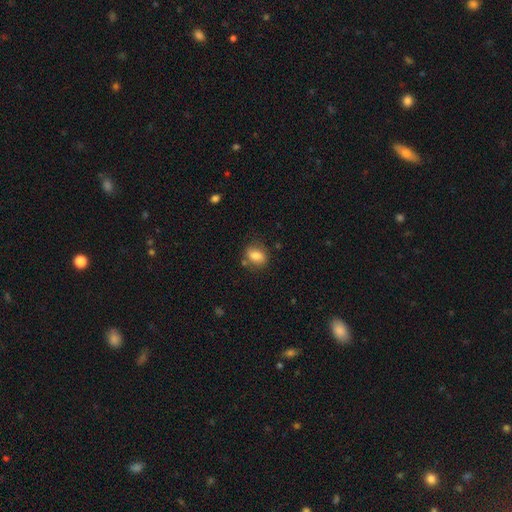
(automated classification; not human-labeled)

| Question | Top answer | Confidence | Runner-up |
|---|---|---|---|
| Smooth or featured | smooth | 79% | featured or disk (13%) |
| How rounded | in between | 71% | round (26%) |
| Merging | none | 70% | minor disturbance (19%) |